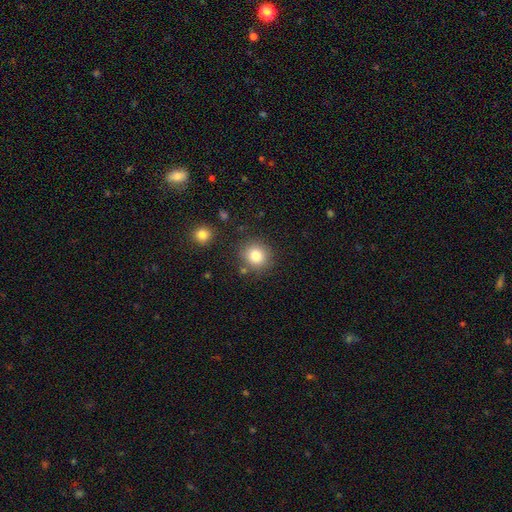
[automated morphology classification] Smooth or featured?
  - smooth: 82% *
  - star or artifact: 11%
  - featured or disk: 7%
How rounded?
  - round: 87% *
  - in between: 12%
  - cigar-shaped: 1%
Merging?
  - none: 82% *
  - minor disturbance: 10%
  - merger: 5%
  - major disturbance: 3%